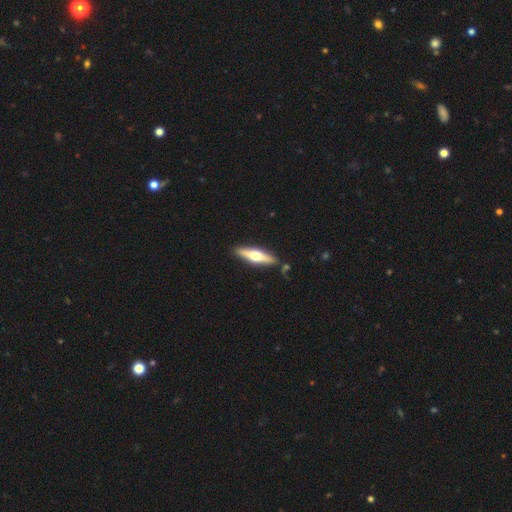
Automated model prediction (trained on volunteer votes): Smooth or featured? Predicted: featured or disk (p=0.58). Edge-on disk? Predicted: yes (p=0.94). Edge-on bulge? Predicted: rounded (p=0.95). Merging? Predicted: none (p=0.87).